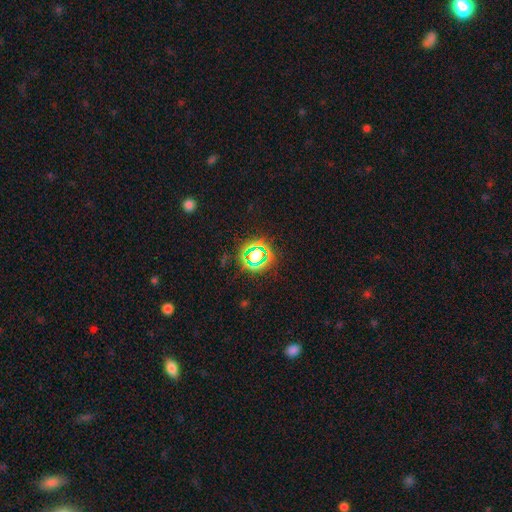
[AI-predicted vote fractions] Overall: star or artifact (67%).